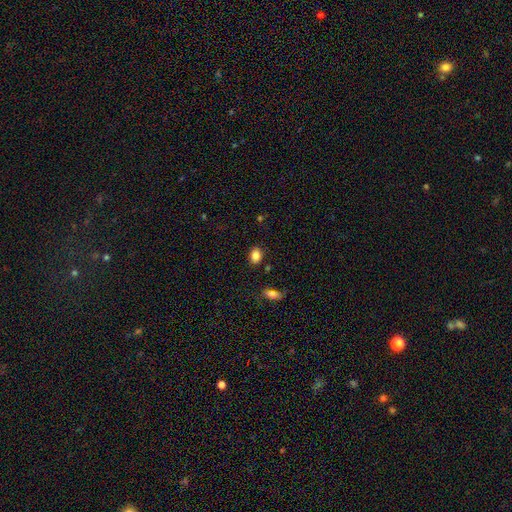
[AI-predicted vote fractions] The model was most divided on "how rounded": in between: 74%, round: 24%, cigar-shaped: 2%. More confident: merging — none (85%); smooth or featured — smooth (84%).